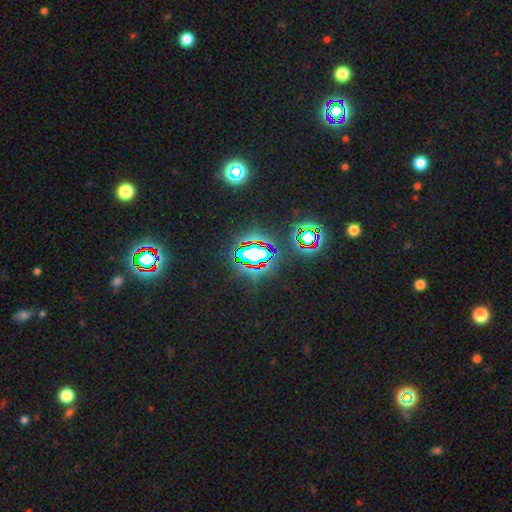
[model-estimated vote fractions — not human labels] A star or artifact, not a galaxy (73%).

Vote fractions:
- Smooth or featured? star or artifact: 73% / smooth: 16% / featured or disk: 11%